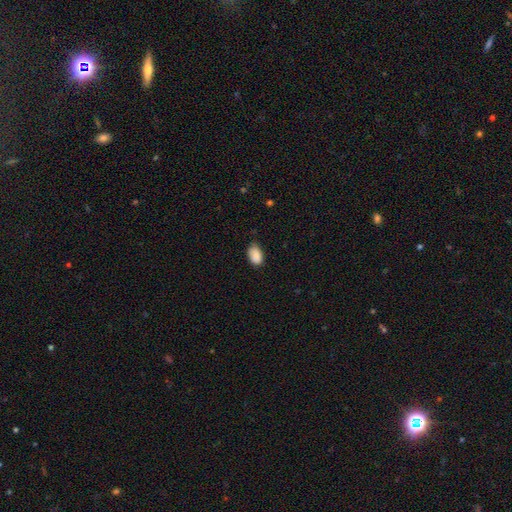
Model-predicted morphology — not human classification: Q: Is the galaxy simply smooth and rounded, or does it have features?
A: smooth — 89%.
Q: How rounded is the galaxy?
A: in between — 91%.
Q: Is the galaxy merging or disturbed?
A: none — 68%.